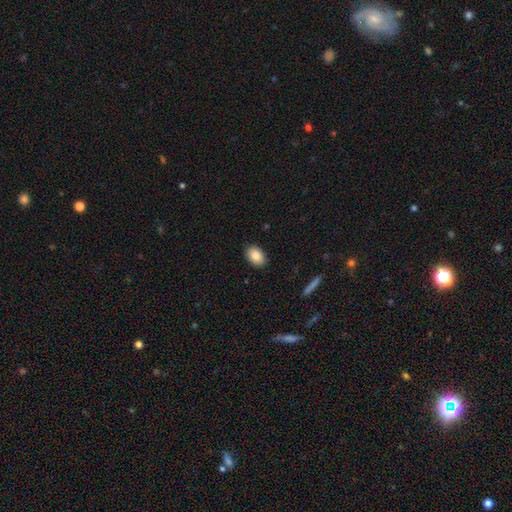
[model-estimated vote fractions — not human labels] A smooth galaxy with no disk features (86%) that is in between round and cigar-shaped (85%). Merging: none (90%).